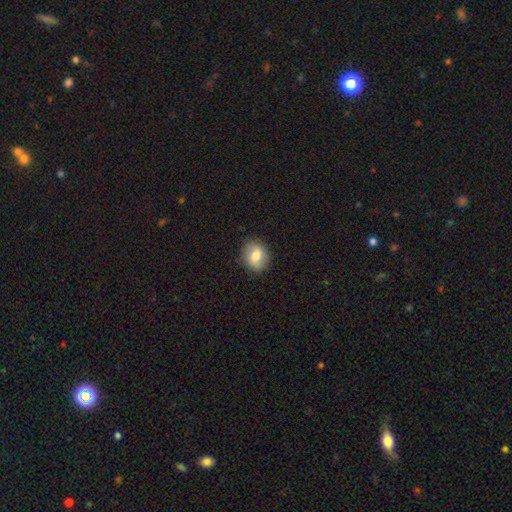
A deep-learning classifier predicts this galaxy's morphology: Smooth or featured? smooth (73%)
How rounded? round (61%)
Merging? none (85%)